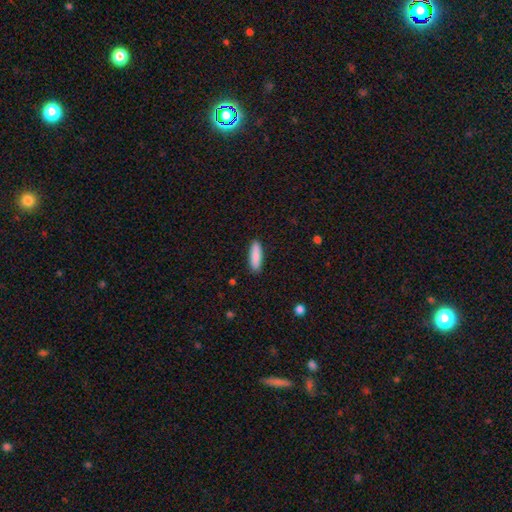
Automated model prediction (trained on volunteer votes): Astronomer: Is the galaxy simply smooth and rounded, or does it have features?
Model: smooth — 88%.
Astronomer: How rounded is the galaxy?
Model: cigar-shaped — 57% (runner-up: in between, 41%).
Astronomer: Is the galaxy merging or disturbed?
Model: none — 90%.